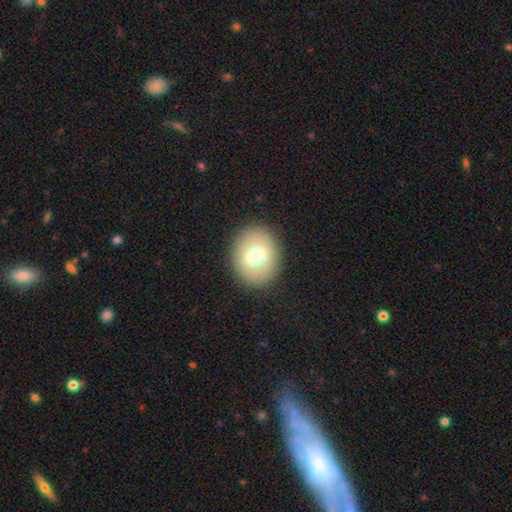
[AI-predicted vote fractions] A smooth galaxy with no disk features (70%) that is round (55%).

Vote fractions:
- Smooth or featured? smooth: 70% / featured or disk: 20% / star or artifact: 10%
- How rounded? round: 55% / in between: 44% / cigar-shaped: 1%
- Merging? none: 89% / minor disturbance: 7% / major disturbance: 3% / merger: 1%